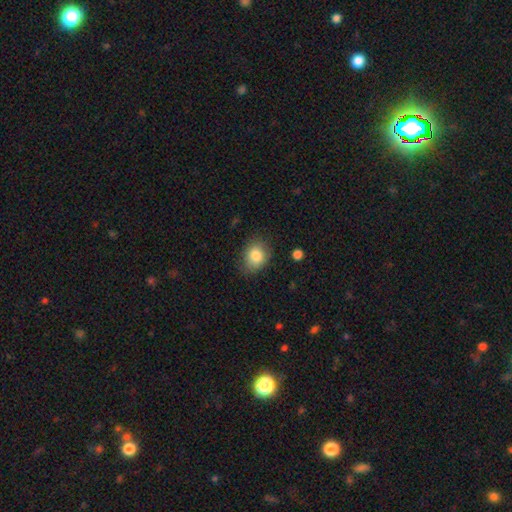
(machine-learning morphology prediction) Overall: smooth (83%). How rounded: in between (53%; round 46%). Merging: none (77%).